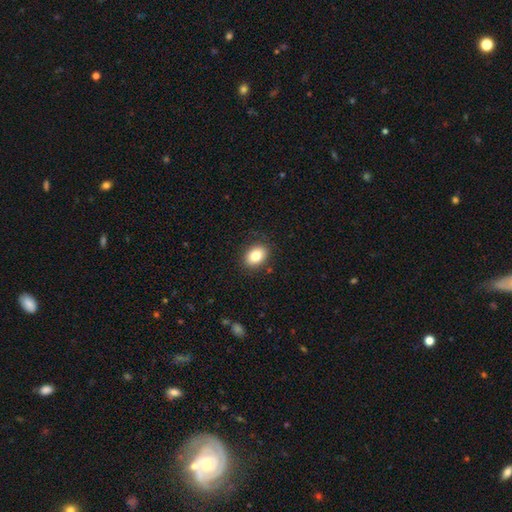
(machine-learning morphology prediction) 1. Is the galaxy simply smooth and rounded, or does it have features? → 82% smooth, 9% featured or disk, 9% star or artifact.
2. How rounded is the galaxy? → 70% in between, 29% round, 1% cigar-shaped.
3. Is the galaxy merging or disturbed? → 88% none, 9% minor disturbance, 2% major disturbance, 1% merger.